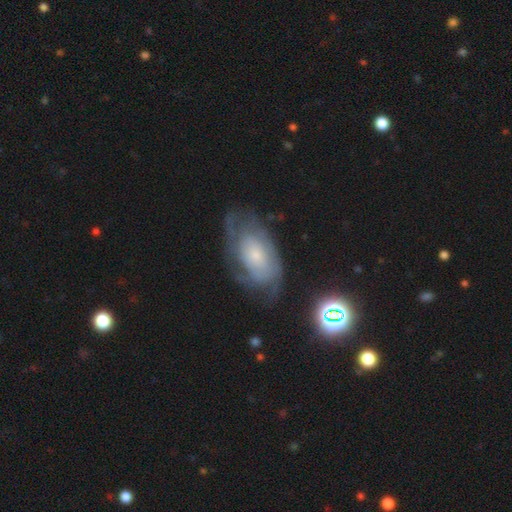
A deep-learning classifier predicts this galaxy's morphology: type=featured or disk (69%); edge-on=no (95%); bar=no (79%); spiral arms=yes (80%); winding=tight (61%); arm count=can't tell (59%); bulge=small (67%); merging=none (60%).